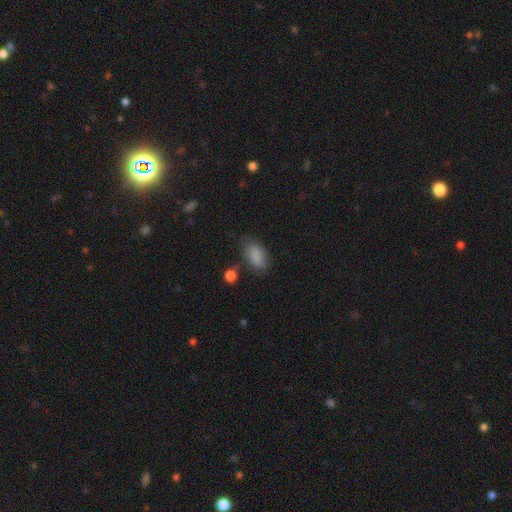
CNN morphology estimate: type=smooth (86%); roundness=in between (92%); merging=none (68%).